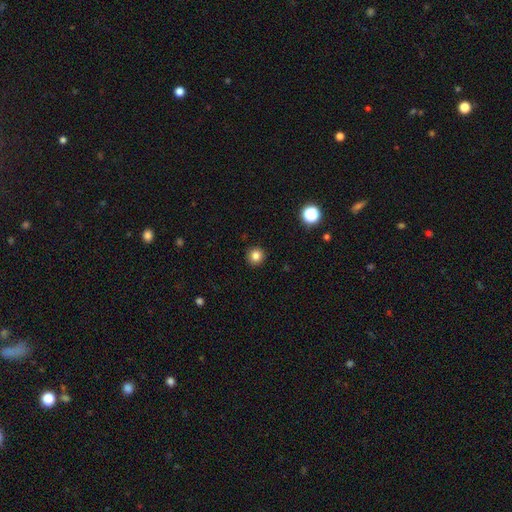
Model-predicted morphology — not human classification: This is clearly a smooth galaxy (83%). How rounded: clearly round (94%). Merging: clearly none (92%).